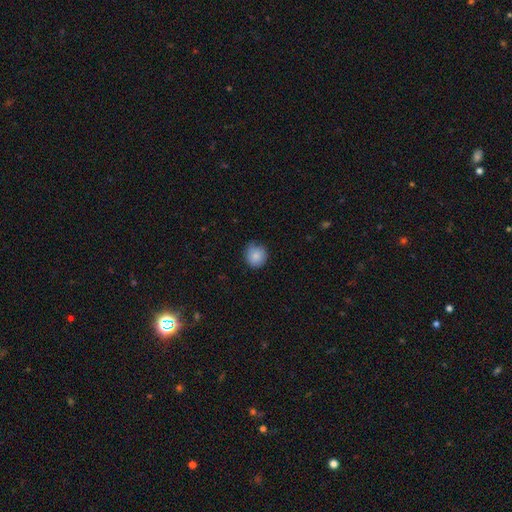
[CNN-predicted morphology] smooth_or_featured: smooth (p=0.86) [alt: star or artifact p=0.08]
how_rounded: round (p=0.89) [alt: in between p=0.10]
merging: none (p=0.74) [alt: minor disturbance p=0.22]